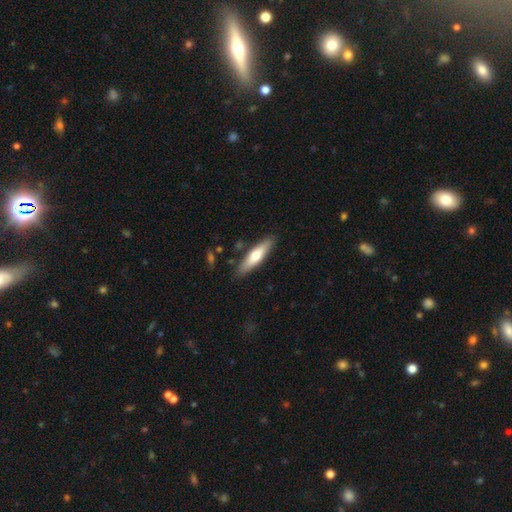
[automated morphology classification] smooth 61%, featured or disk 34%, star or artifact 5%. Down the decision tree: how rounded — cigar-shaped (72%); merging — none (85%).